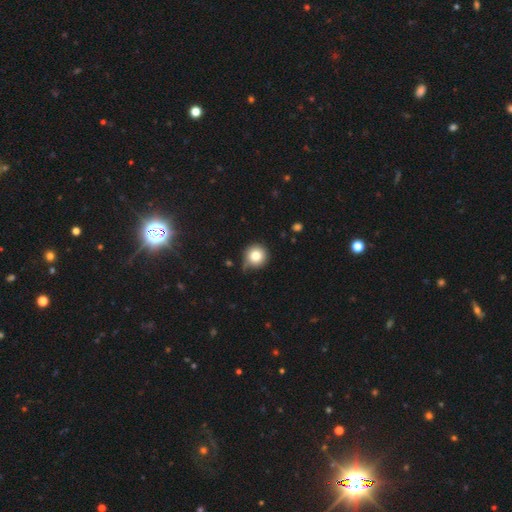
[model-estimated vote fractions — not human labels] smooth_or_featured: smooth (p=0.81) [alt: star or artifact p=0.11]
how_rounded: round (p=0.95) [alt: in between p=0.04]
merging: none (p=0.74) [alt: minor disturbance p=0.19]